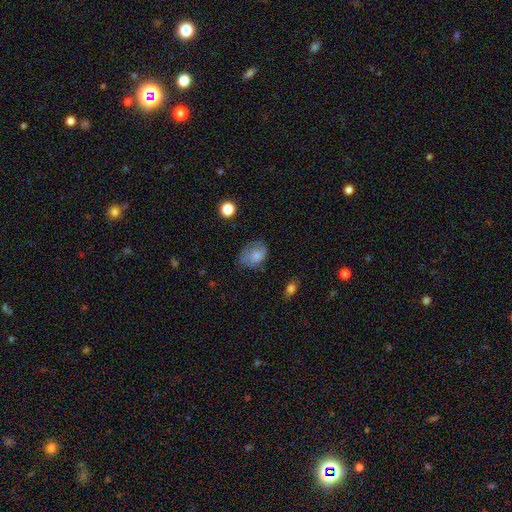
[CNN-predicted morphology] Smooth or featured?
  - smooth: 75% *
  - featured or disk: 16%
  - star or artifact: 9%
How rounded?
  - in between: 74% *
  - round: 25%
  - cigar-shaped: 1%
Merging?
  - none: 50% *
  - minor disturbance: 33%
  - major disturbance: 15%
  - merger: 2%